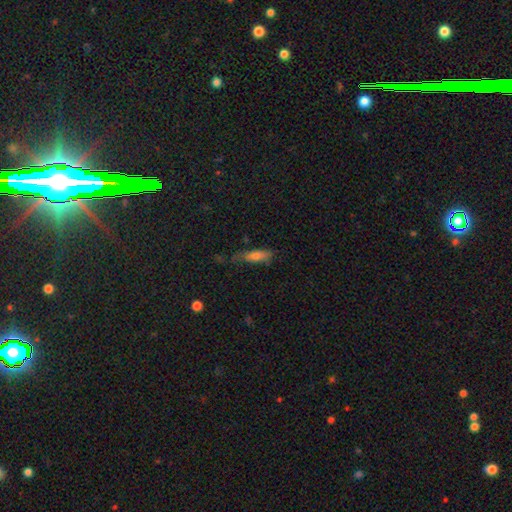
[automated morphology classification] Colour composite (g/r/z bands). It shows a smooth galaxy with no disk features (69%) that is cigar-shaped (62%). Merging: none (56%).